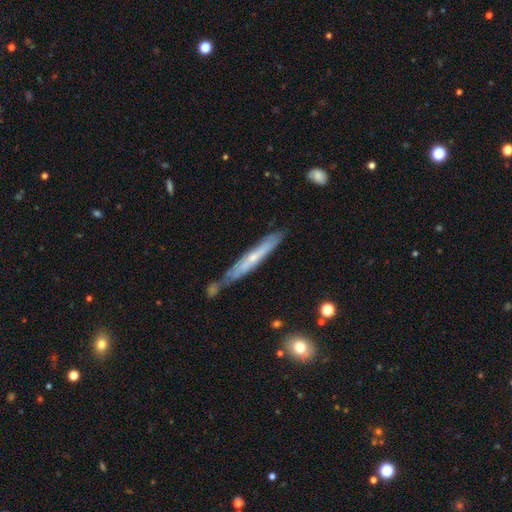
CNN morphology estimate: Smooth or featured?
  - featured or disk: 60% *
  - smooth: 32%
  - star or artifact: 8%
Edge-on disk?
  - yes: 88% *
  - no: 12%
Edge-on bulge?
  - none: 57% *
  - rounded: 39%
  - boxy: 4%
Merging?
  - none: 74% *
  - minor disturbance: 18%
  - merger: 5%
  - major disturbance: 3%